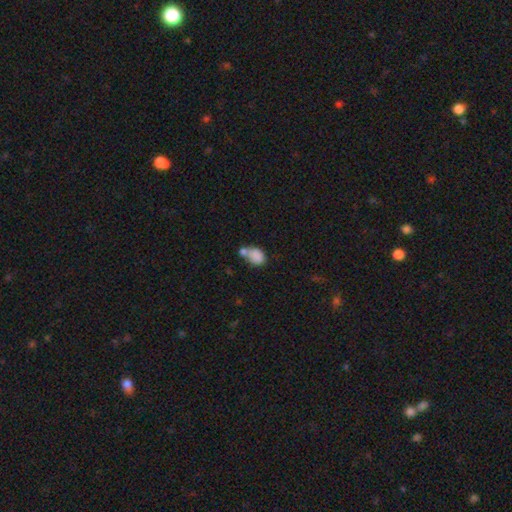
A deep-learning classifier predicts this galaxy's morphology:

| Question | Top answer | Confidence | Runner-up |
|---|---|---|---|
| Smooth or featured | smooth | 82% | featured or disk (9%) |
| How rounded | in between | 67% | round (32%) |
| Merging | merger | 49% | none (31%) |